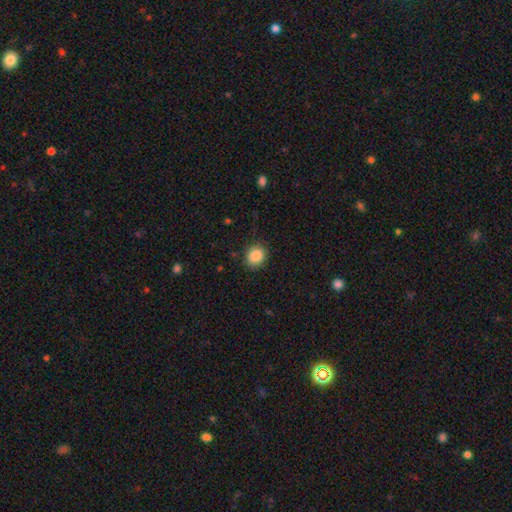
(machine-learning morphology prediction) Smooth or featured: smooth — 88% (star or artifact — 9%)
How rounded: round — 67% (in between — 32%)
Merging: none — 87% (minor disturbance — 9%)